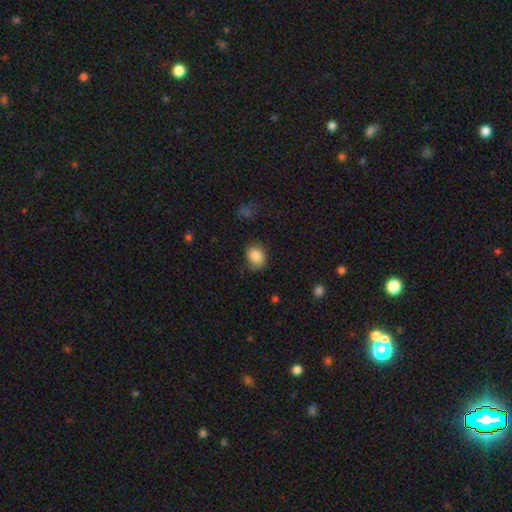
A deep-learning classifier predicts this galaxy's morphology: smooth 86%, star or artifact 9%, featured or disk 5%. Down the decision tree: how rounded — round (51%); merging — none (70%).